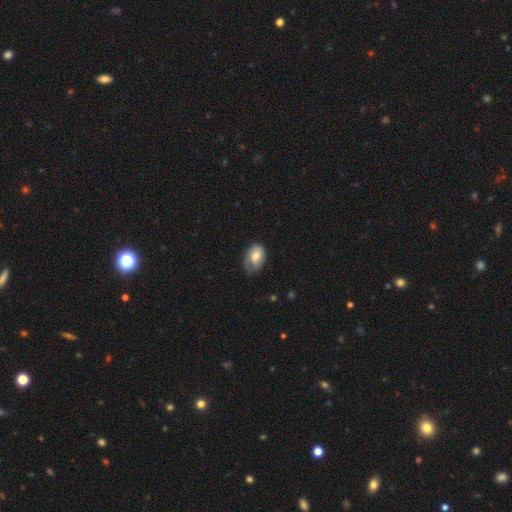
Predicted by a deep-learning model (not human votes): smooth_or_featured: smooth (p=0.63) [alt: featured or disk p=0.30]
how_rounded: in between (p=0.81) [alt: round p=0.18]
merging: none (p=0.46) [alt: minor disturbance p=0.37]